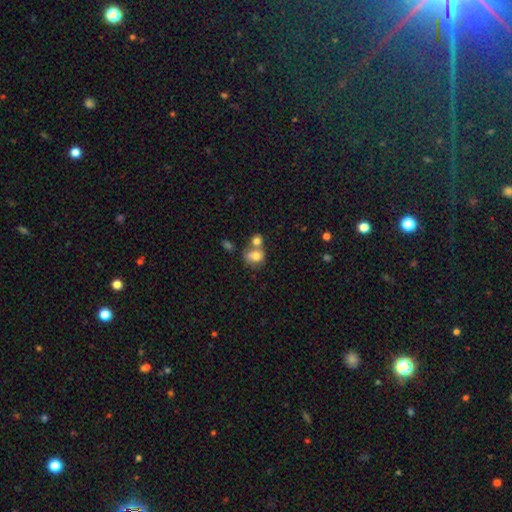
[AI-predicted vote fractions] Smooth or featured? smooth (76%)
How rounded? round (50%)
Merging? merger (49%)